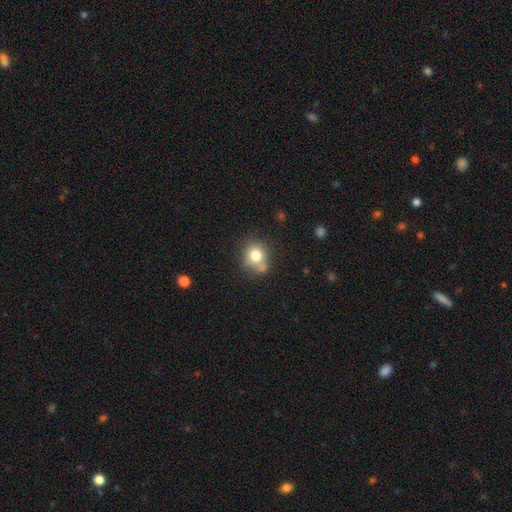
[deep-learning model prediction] A smooth galaxy with no disk features (78%) that is round (78%).

Vote fractions:
- Smooth or featured? smooth: 78% / featured or disk: 12% / star or artifact: 11%
- How rounded? round: 78% / in between: 21% / cigar-shaped: 1%
- Merging? none: 60% / minor disturbance: 18% / merger: 17% / major disturbance: 6%